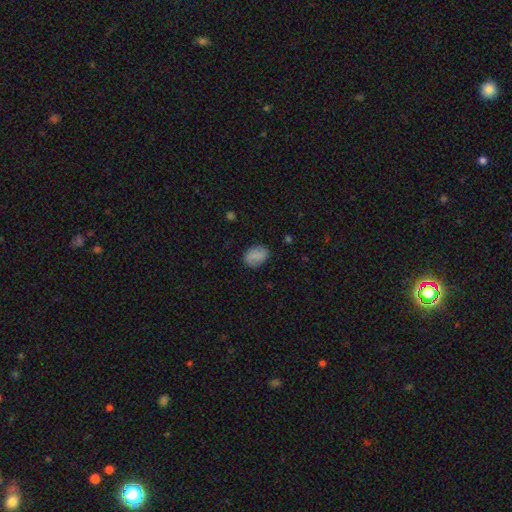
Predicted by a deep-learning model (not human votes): Overall: smooth (82%). How rounded: in between (75%). Merging: none (81%).